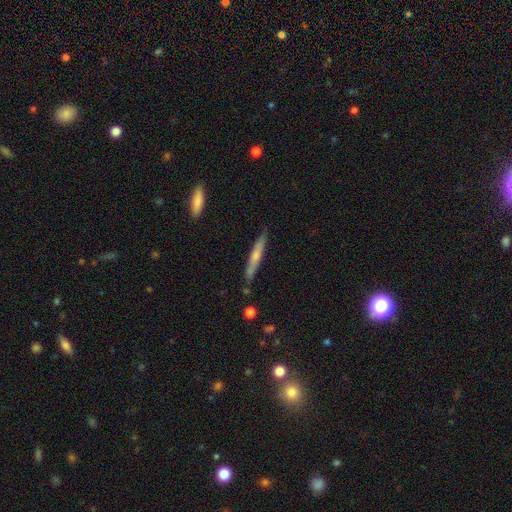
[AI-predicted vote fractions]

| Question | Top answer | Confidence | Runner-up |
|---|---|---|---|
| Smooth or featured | smooth | 53% | featured or disk (42%) |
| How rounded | cigar-shaped | 94% | in between (4%) |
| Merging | none | 81% | minor disturbance (14%) |